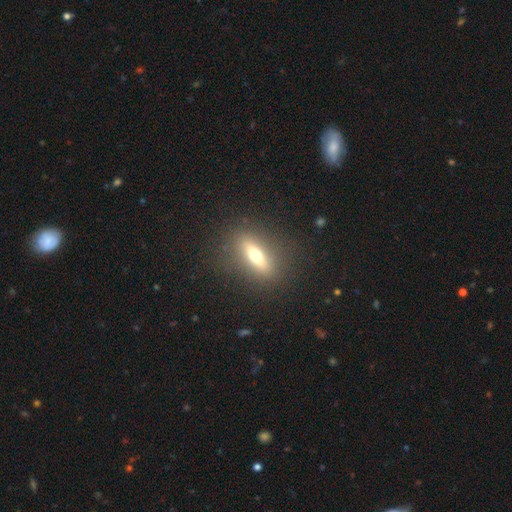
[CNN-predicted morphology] This appears to be a smooth galaxy with no disk features (50%). Merging: none (85%).